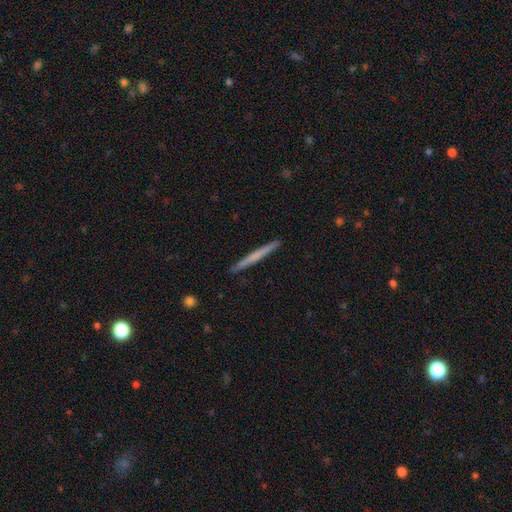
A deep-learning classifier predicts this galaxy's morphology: type=smooth (52%); roundness=cigar-shaped (97%); merging=none (92%).